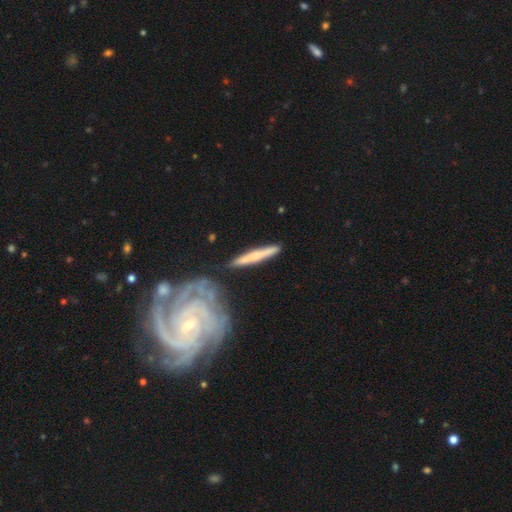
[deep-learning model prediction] Smooth or featured? featured or disk (51%)
Edge-on disk? yes (84%)
Merging? none (81%)